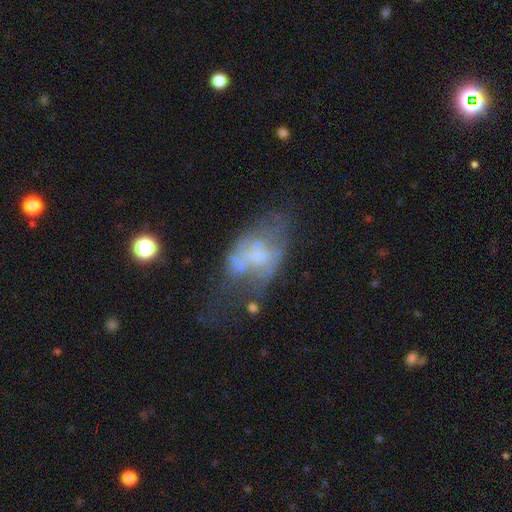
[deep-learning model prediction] Smooth or featured?
  - featured or disk: 58% *
  - smooth: 29%
  - star or artifact: 13%
Edge-on disk?
  - no: 95% *
  - yes: 5%
Bar?
  - no: 83% *
  - weak: 13%
  - strong: 4%
Spiral arms?
  - no: 83% *
  - yes: 17%
Bulge size?
  - none: 54% *
  - moderate: 19%
  - small: 17%
  - large: 7%
  - dominant: 2%
Merging?
  - major disturbance: 38% *
  - none: 26%
  - minor disturbance: 21%
  - merger: 14%